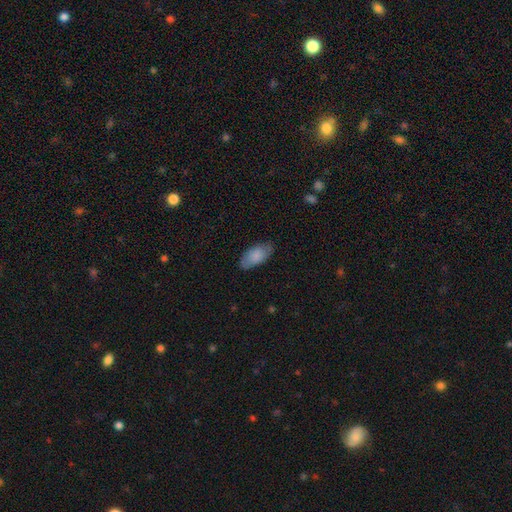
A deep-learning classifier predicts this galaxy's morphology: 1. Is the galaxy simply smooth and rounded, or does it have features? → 82% smooth, 12% featured or disk, 6% star or artifact.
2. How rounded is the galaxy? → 92% in between, 6% cigar-shaped, 2% round.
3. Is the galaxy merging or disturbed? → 76% none, 19% minor disturbance, 4% major disturbance, 1% merger.